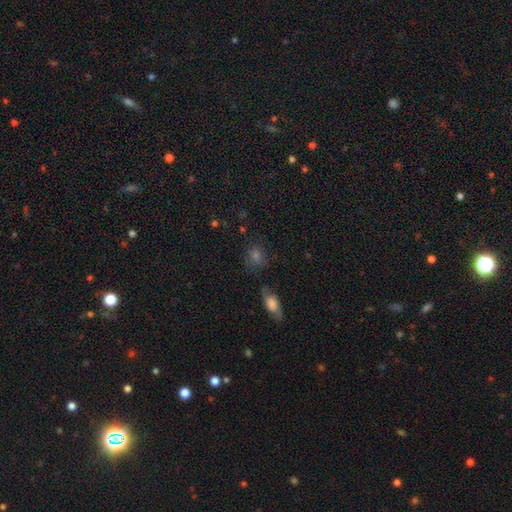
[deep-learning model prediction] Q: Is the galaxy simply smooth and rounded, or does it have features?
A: smooth — 52%.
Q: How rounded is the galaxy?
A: round — 66%.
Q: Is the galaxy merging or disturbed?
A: none — 73%.